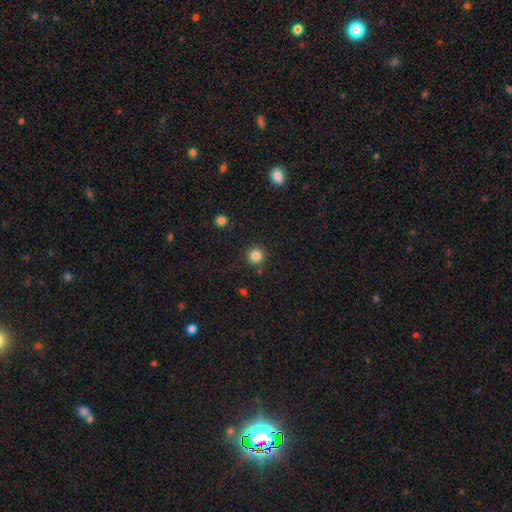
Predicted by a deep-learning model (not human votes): Smooth or featured?
  - smooth: 84% *
  - star or artifact: 11%
  - featured or disk: 4%
How rounded?
  - round: 95% *
  - in between: 4%
  - cigar-shaped: 1%
Merging?
  - none: 90% *
  - minor disturbance: 6%
  - merger: 2%
  - major disturbance: 2%